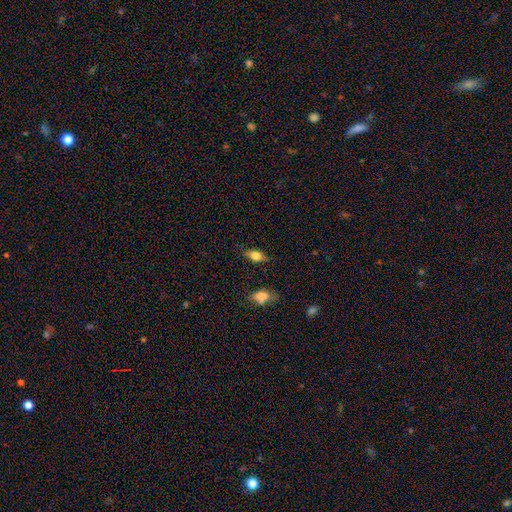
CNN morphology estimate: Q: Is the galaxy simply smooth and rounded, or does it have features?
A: smooth — 66%.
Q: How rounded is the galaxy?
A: in between — 78%.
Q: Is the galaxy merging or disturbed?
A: none — 80%.